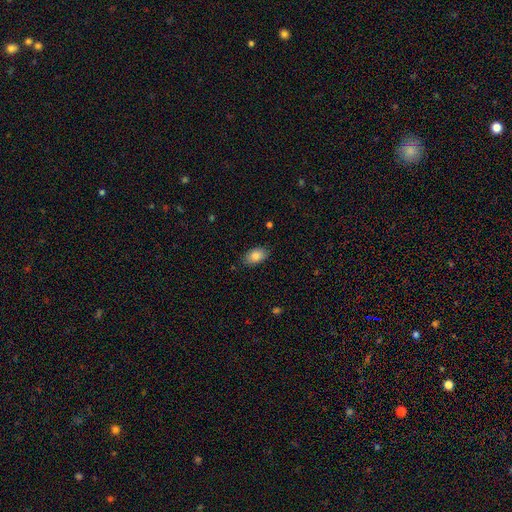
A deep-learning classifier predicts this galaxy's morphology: smooth_or_featured: smooth (p=0.84) [alt: featured or disk p=0.09]
how_rounded: in between (p=0.91) [alt: round p=0.08]
merging: none (p=0.84) [alt: minor disturbance p=0.12]